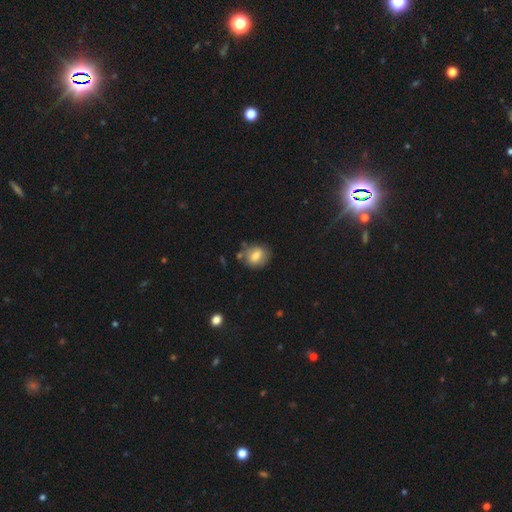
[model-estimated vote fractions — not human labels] smooth_or_featured: smooth (p=0.73) [alt: featured or disk p=0.18]
how_rounded: round (p=0.51) [alt: in between p=0.48]
merging: none (p=0.69) [alt: minor disturbance p=0.19]